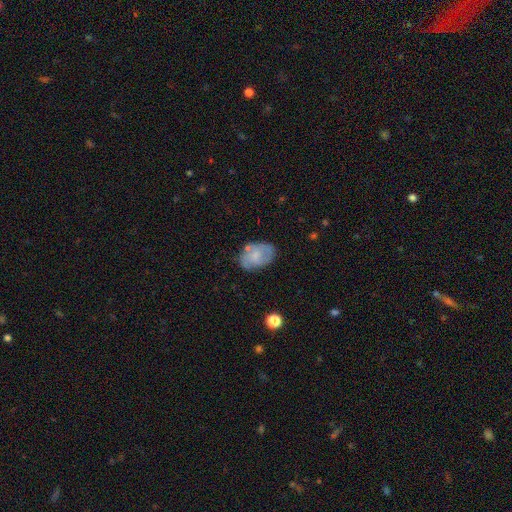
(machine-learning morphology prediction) Smooth or featured? Predicted: smooth (p=0.52). How rounded? Predicted: in between (p=0.83). Merging? Predicted: none (p=0.68).